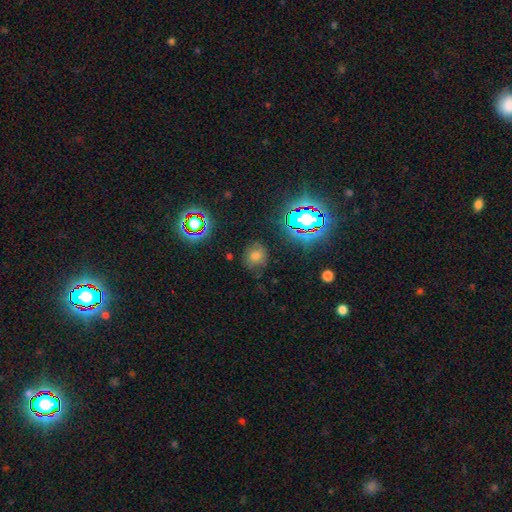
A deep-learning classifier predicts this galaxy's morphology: Smooth or featured: smooth — 56% (star or artifact — 32%)
How rounded: round — 82% (in between — 17%)
Merging: none — 79% (minor disturbance — 14%)